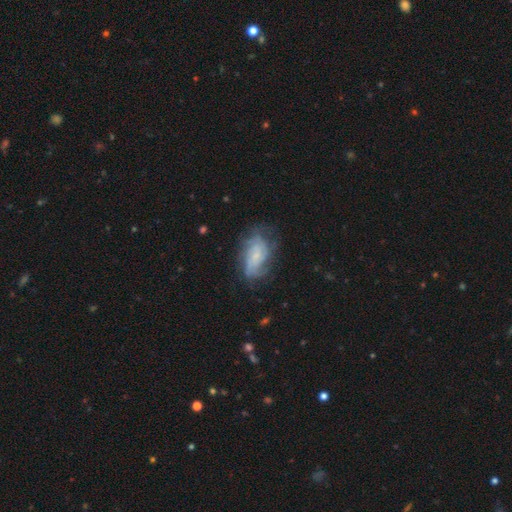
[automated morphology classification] Smooth or featured? featured or disk (61%)
Edge-on disk? no (95%)
Bar? no (66%)
Spiral arms? yes (83%)
Bulge size? small (64%)
Merging? none (58%)